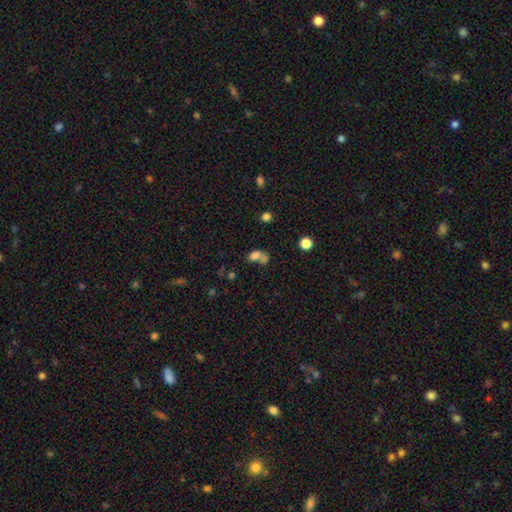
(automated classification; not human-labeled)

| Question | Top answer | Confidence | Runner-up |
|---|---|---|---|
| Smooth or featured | smooth | 72% | star or artifact (15%) |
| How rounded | in between | 75% | round (22%) |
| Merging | merger | 55% | none (25%) |